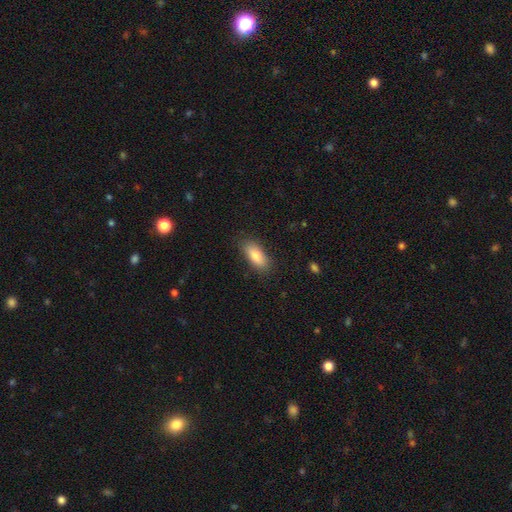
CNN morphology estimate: This is clearly a smooth galaxy (83%). How rounded: clearly in between (82%). Merging: clearly none (85%).